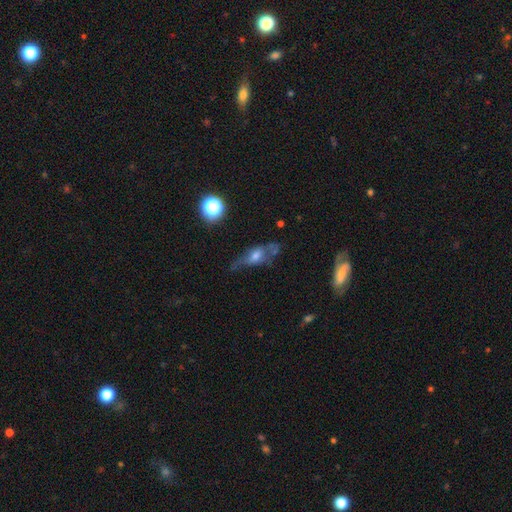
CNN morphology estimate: Q: Smooth or featured?
A: featured or disk (49%); runner-up: smooth (38%)
Q: Merging?
A: none (39%); runner-up: major disturbance (29%)